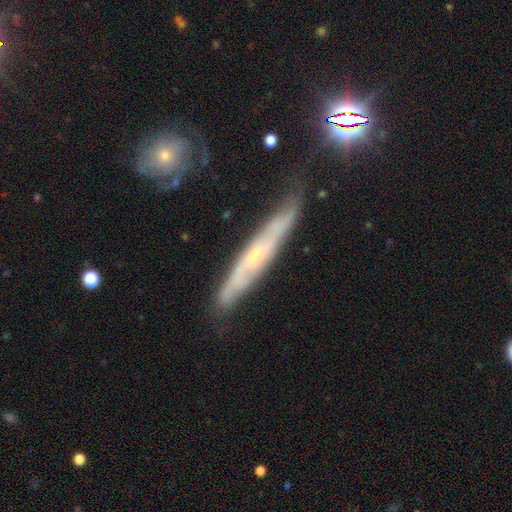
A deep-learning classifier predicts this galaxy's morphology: Smooth or featured?
  - featured or disk: 70% *
  - smooth: 22%
  - star or artifact: 8%
Edge-on disk?
  - yes: 63% *
  - no: 37%
Merging?
  - none: 73% *
  - minor disturbance: 20%
  - major disturbance: 4%
  - merger: 3%